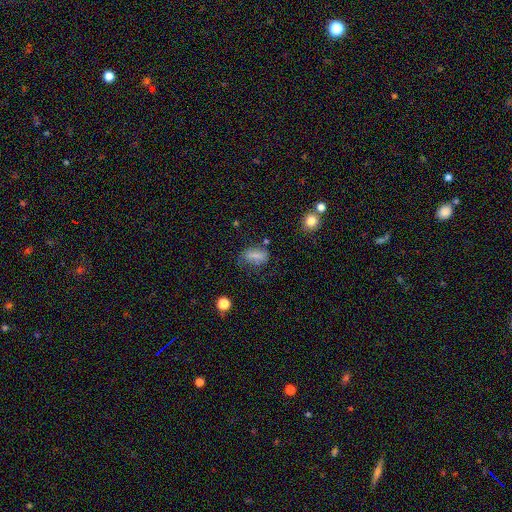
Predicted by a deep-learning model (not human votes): Smooth or featured? smooth (71%)
How rounded? in between (80%)
Merging? none (56%)